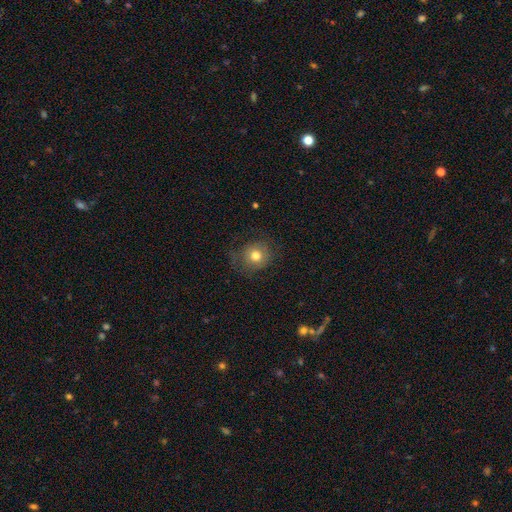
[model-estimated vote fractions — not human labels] This is likely a smooth galaxy (76%). How rounded: clearly round (86%). Merging: likely none (73%).